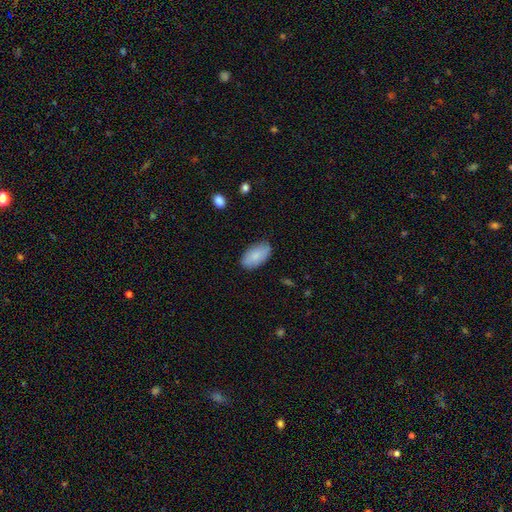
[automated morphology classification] smooth 85%, featured or disk 9%, star or artifact 6%. Down the decision tree: how rounded — in between (95%); merging — none (85%).